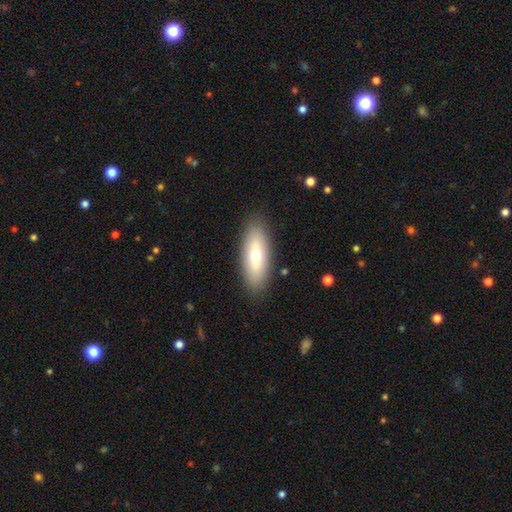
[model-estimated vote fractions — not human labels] Smooth or featured? smooth (65%)
How rounded? in between (73%)
Merging? none (88%)